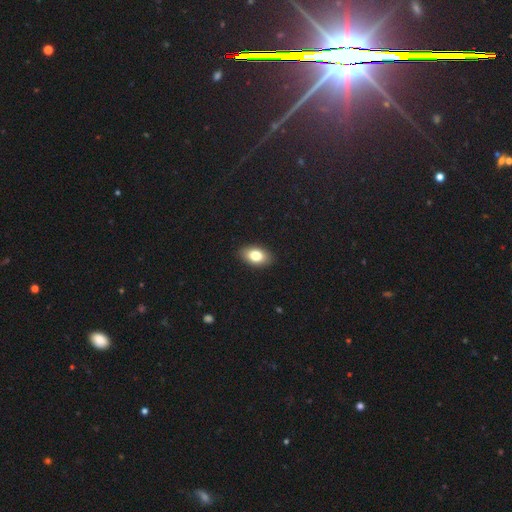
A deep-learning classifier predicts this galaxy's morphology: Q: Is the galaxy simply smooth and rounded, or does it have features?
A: smooth — 80%.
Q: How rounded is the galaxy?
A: in between — 89%.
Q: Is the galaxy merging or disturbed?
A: none — 90%.